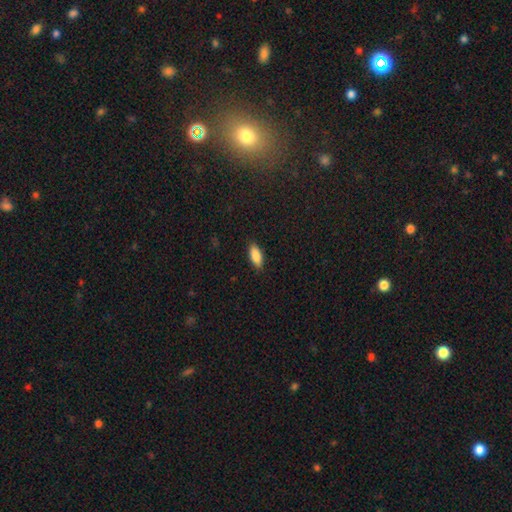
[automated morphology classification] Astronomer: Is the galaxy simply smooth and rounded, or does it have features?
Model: smooth — 87%.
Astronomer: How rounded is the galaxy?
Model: in between — 82%.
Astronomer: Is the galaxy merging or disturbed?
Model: none — 88%.